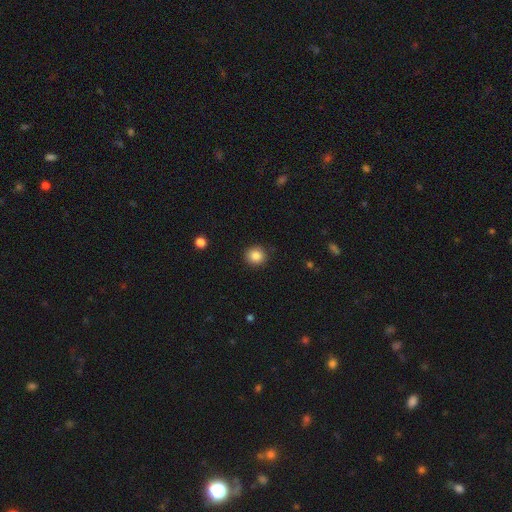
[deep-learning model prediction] smooth_or_featured: smooth (p=0.86) [alt: star or artifact p=0.10]
how_rounded: round (p=0.87) [alt: in between p=0.13]
merging: none (p=0.89) [alt: minor disturbance p=0.08]